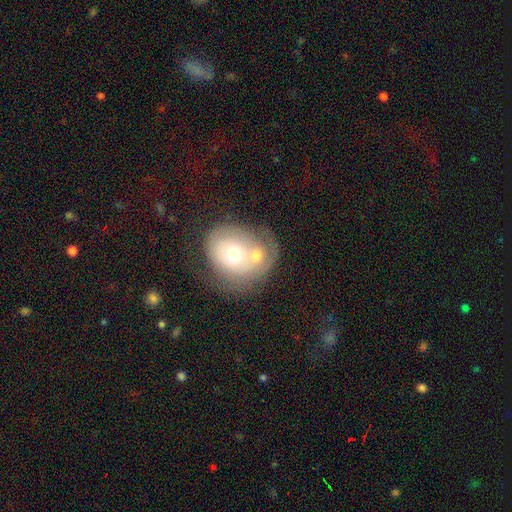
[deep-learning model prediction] A smooth galaxy with no disk features (50%) that is round (59%). Merging: merger (54%).